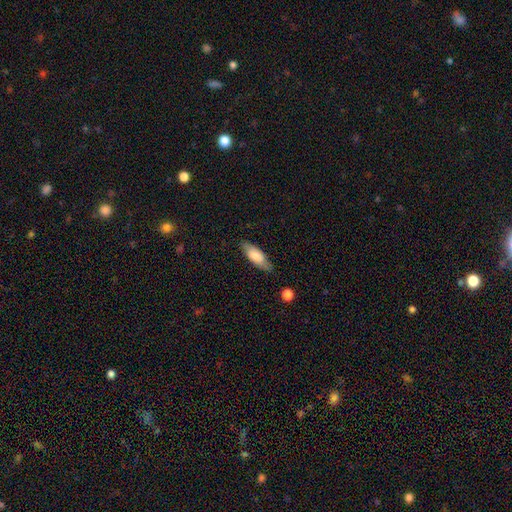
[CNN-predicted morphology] smooth-or-featured: smooth: 75% | featured or disk: 19% | star or artifact: 6%
  how-rounded: in between: 67% | cigar-shaped: 31% | round: 2%
  merging: none: 81% | minor disturbance: 14% | major disturbance: 3% | merger: 2%